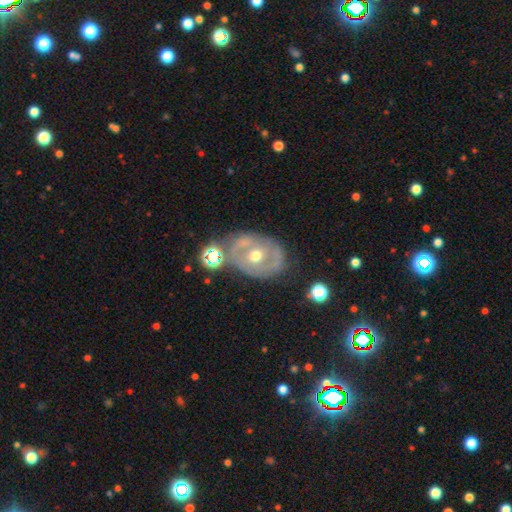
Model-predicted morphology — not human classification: smooth-or-featured: featured or disk: 71% | smooth: 21% | star or artifact: 8%
  disk-edge-on: no: 95% | yes: 5%
    bar: no: 69% | weak: 23% | strong: 9%
    has-spiral-arms: yes: 57% | no: 43%
    bulge-size: moderate: 73% | small: 20% | large: 4% | none: 1% | dominant: 1%
  merging: none: 59% | minor disturbance: 20% | major disturbance: 10% | merger: 10%